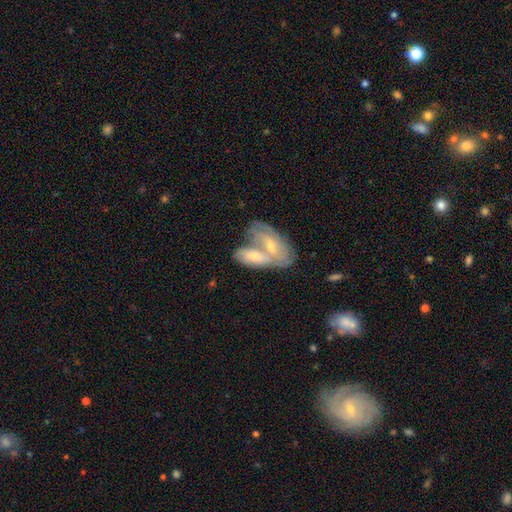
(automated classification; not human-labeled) A featured or disk galaxy (58%). Merging: merger (64%).